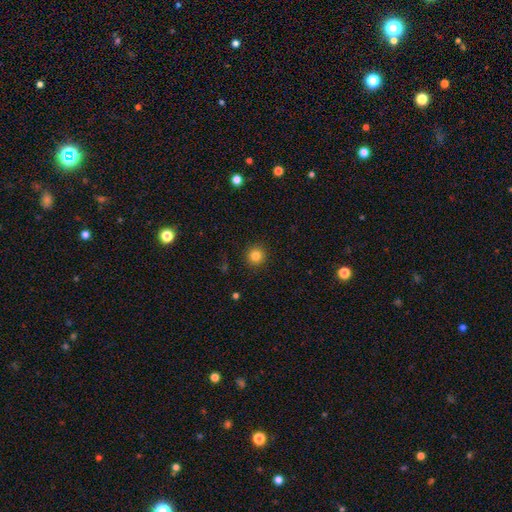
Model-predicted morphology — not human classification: This is clearly a smooth galaxy (83%). How rounded: clearly round (94%). Merging: clearly none (92%).